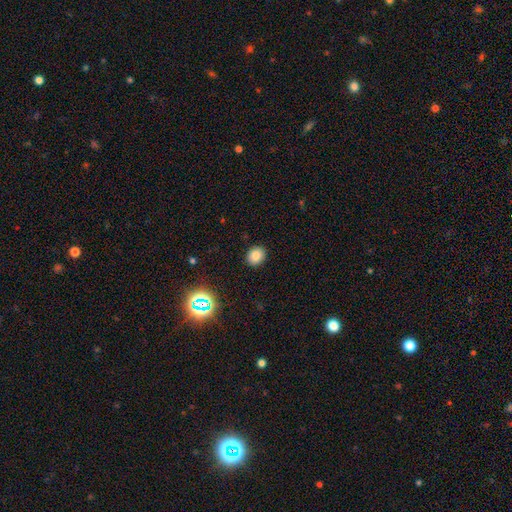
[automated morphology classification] Smooth or featured: smooth — 80% (star or artifact — 14%)
How rounded: round — 61% (in between — 38%)
Merging: none — 90% (minor disturbance — 7%)